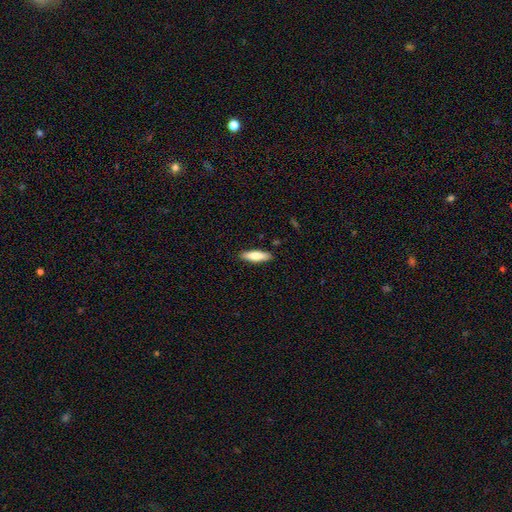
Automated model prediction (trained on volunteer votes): Smooth or featured: smooth — 77% (featured or disk — 17%)
How rounded: cigar-shaped — 59% (in between — 40%)
Merging: none — 89% (minor disturbance — 8%)